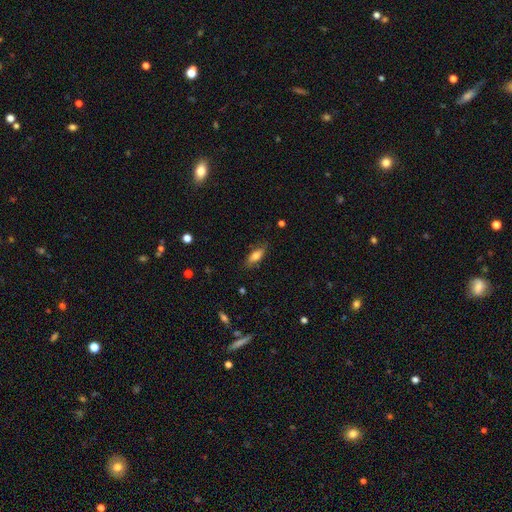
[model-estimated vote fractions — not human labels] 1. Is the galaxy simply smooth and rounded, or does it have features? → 74% smooth, 19% featured or disk, 7% star or artifact.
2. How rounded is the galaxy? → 73% in between, 25% cigar-shaped, 3% round.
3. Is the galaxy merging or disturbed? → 80% none, 15% minor disturbance, 3% major disturbance, 1% merger.